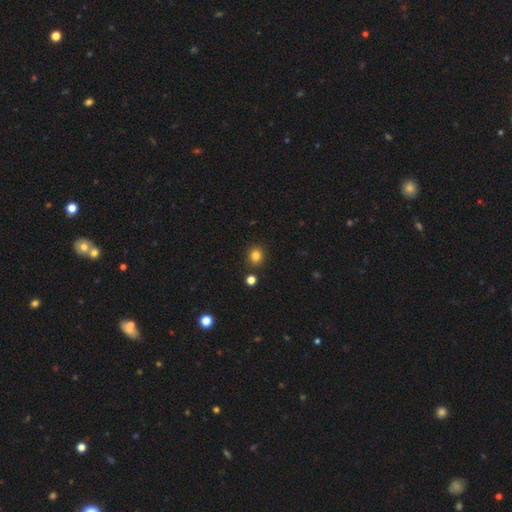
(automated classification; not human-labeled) Morphology: type=smooth (83%); roundness=round (80%); merging=none (87%).